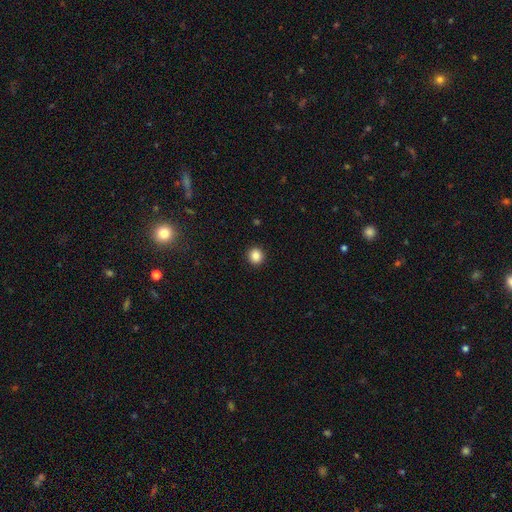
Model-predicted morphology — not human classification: This is clearly a smooth galaxy (86%). How rounded: clearly round (91%). Merging: clearly none (93%).